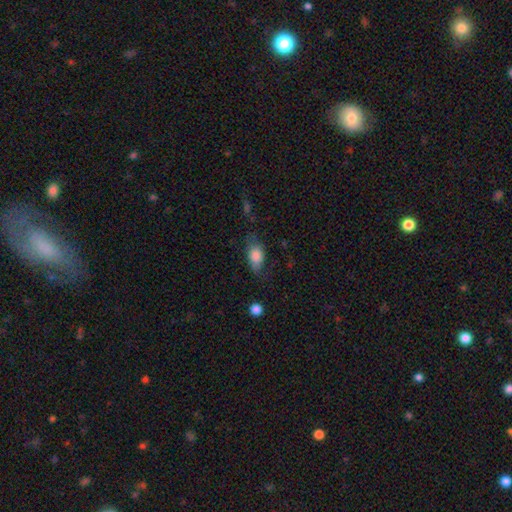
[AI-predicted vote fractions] smooth-or-featured: smooth: 81% | featured or disk: 11% | star or artifact: 8%
  how-rounded: in between: 86% | round: 11% | cigar-shaped: 4%
  merging: none: 54% | minor disturbance: 30% | major disturbance: 14% | merger: 2%